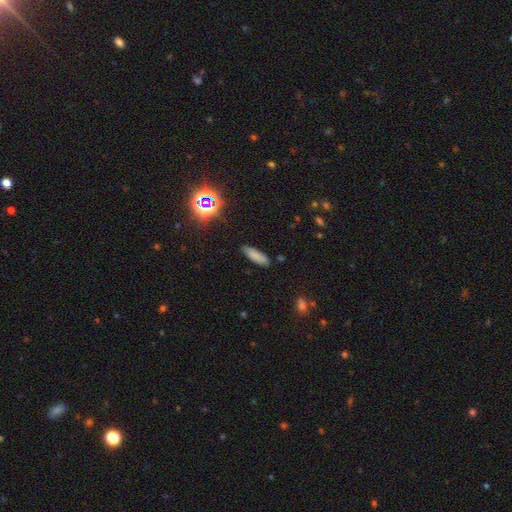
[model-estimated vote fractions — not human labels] Smooth or featured?
  - smooth: 78% *
  - star or artifact: 12%
  - featured or disk: 9%
How rounded?
  - cigar-shaped: 53% *
  - in between: 45%
  - round: 2%
Merging?
  - none: 84% *
  - minor disturbance: 12%
  - major disturbance: 3%
  - merger: 2%